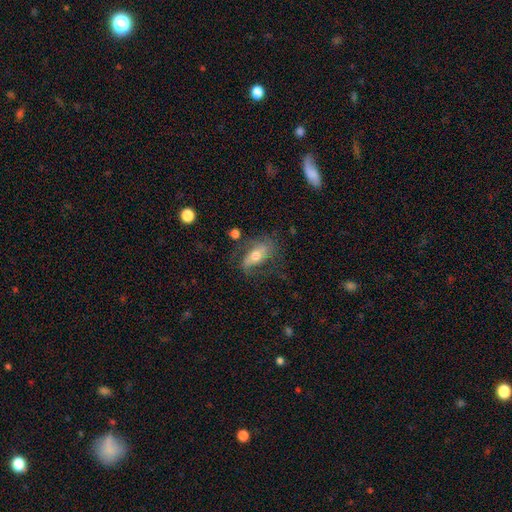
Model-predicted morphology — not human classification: A featured or disk galaxy (51%).

Vote fractions:
- Smooth or featured? featured or disk: 51% / smooth: 40% / star or artifact: 9%
- Edge-on disk? no: 84% / yes: 16%
- Merging? none: 53% / minor disturbance: 23% / major disturbance: 20% / merger: 4%